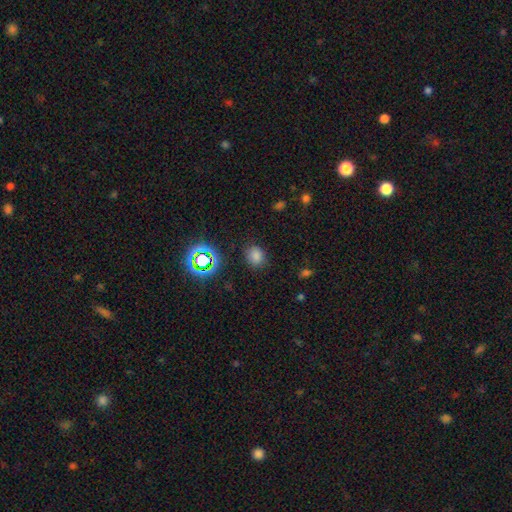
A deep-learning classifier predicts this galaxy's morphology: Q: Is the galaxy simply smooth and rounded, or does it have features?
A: smooth — 73%.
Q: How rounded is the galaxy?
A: round — 64%.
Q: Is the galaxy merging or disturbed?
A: none — 82%.